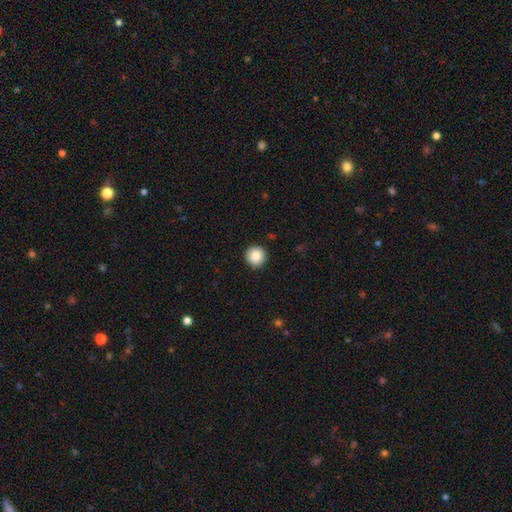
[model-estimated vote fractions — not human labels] smooth_or_featured: smooth (p=0.85) [alt: star or artifact p=0.08]
how_rounded: round (p=0.96) [alt: in between p=0.03]
merging: none (p=0.92) [alt: minor disturbance p=0.05]